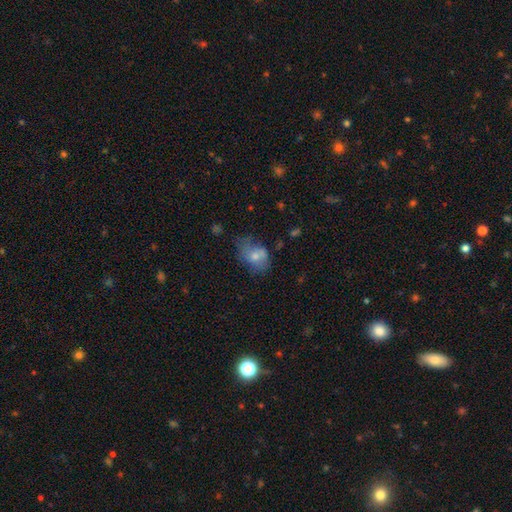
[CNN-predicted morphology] Q: Smooth or featured?
A: smooth (68%); runner-up: featured or disk (22%)
Q: How rounded?
A: in between (69%); runner-up: round (30%)
Q: Merging?
A: none (36%); runner-up: minor disturbance (34%)